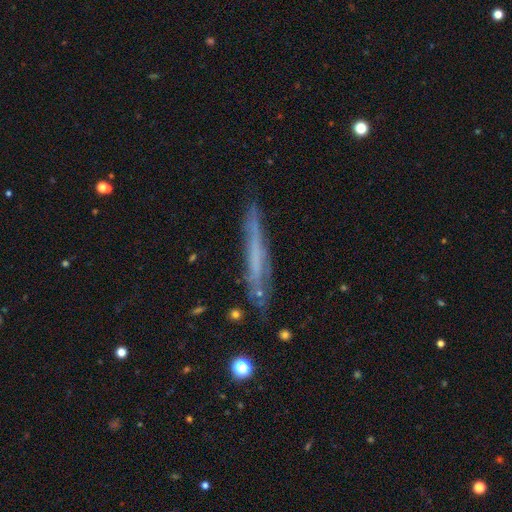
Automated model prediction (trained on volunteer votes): Smooth or featured: featured or disk — 50% (smooth — 41%)
Edge-on disk: yes — 88% (no — 12%)
Merging: none — 78% (minor disturbance — 16%)